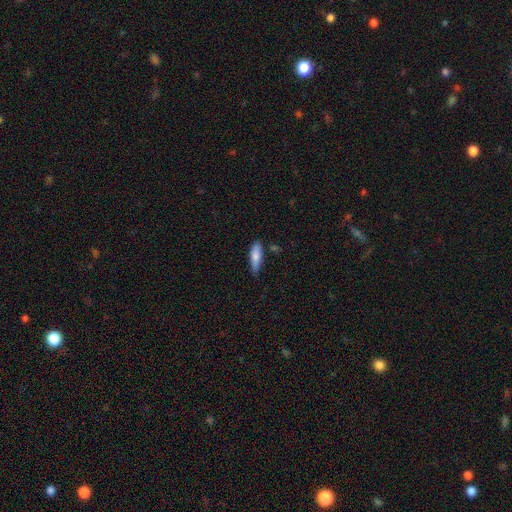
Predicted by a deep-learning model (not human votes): The model was most divided on "how rounded": cigar-shaped: 54%, in between: 44%, round: 2%. More confident: smooth or featured — smooth (80%); merging — none (74%).